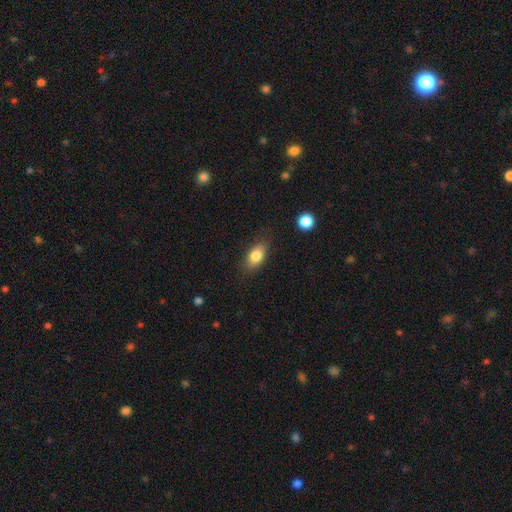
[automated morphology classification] A smooth galaxy with no disk features (81%) that is in between round and cigar-shaped (85%). Merging: none (81%).